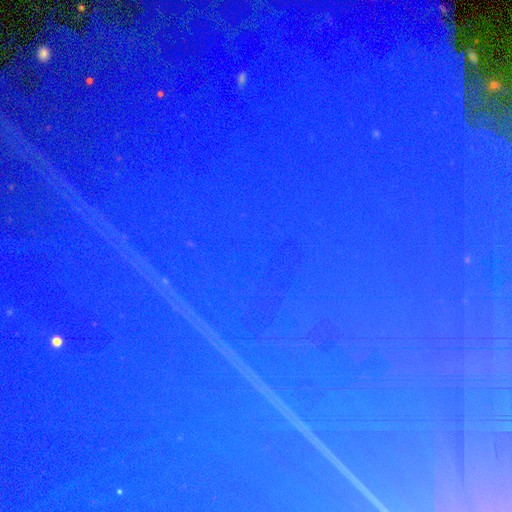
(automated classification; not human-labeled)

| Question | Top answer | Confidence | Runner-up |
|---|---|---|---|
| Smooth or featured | star or artifact | 82% | smooth (9%) |